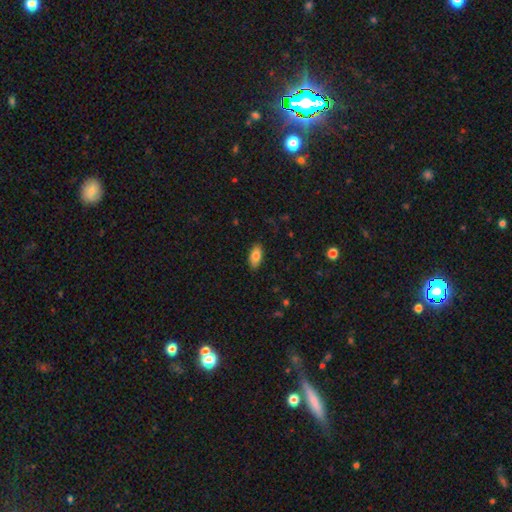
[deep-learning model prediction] Morphology: type=smooth (83%); roundness=in between (89%); merging=none (87%).